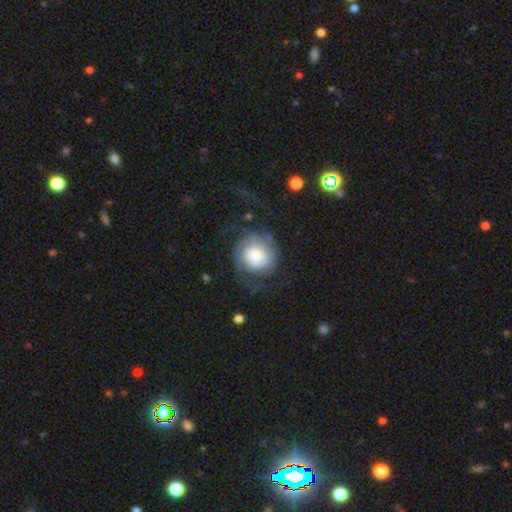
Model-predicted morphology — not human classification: Smooth or featured? featured or disk (63%)
Edge-on disk? no (98%)
Bar? no (77%)
Spiral arms? yes (90%)
Spiral winding? tight (41%)
Spiral arm count? 2 (45%)
Bulge size? large (46%)
Merging? none (55%)